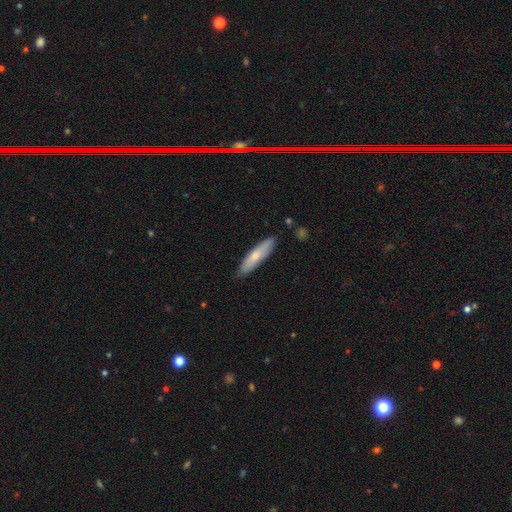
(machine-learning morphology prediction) This is likely a smooth galaxy (66%). How rounded: likely cigar-shaped (77%). Merging: clearly none (85%).